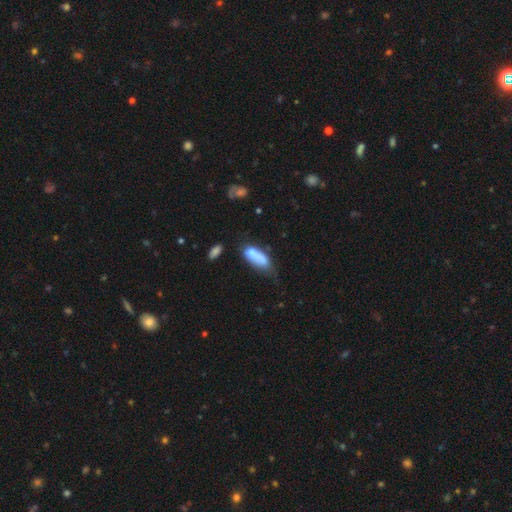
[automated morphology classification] A smooth galaxy with no disk features (78%) that is in between round and cigar-shaped (67%).

Vote fractions:
- Smooth or featured? smooth: 78% / featured or disk: 14% / star or artifact: 8%
- How rounded? in between: 67% / cigar-shaped: 31% / round: 2%
- Merging? none: 37% / minor disturbance: 35% / major disturbance: 16% / merger: 12%